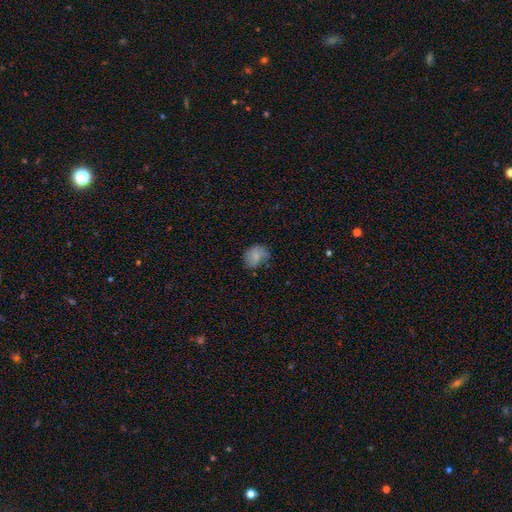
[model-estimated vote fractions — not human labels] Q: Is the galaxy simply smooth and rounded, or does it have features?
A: smooth — 72%.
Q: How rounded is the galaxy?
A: round — 50%.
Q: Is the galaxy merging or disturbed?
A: none — 59%.